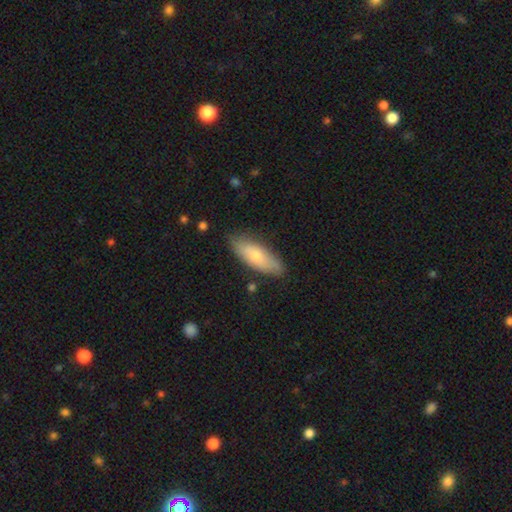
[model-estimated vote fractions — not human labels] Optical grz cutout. It shows a smooth galaxy with no disk features (67%) that is in between round and cigar-shaped (67%). Merging: none (80%).